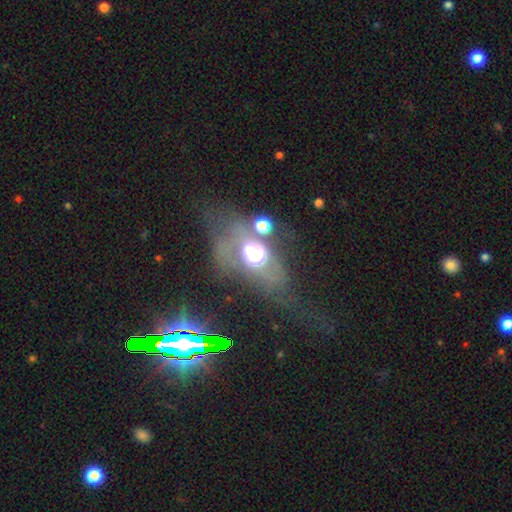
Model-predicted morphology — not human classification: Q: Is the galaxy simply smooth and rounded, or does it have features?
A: featured or disk — 47%.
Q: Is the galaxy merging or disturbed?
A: merger — 44%.